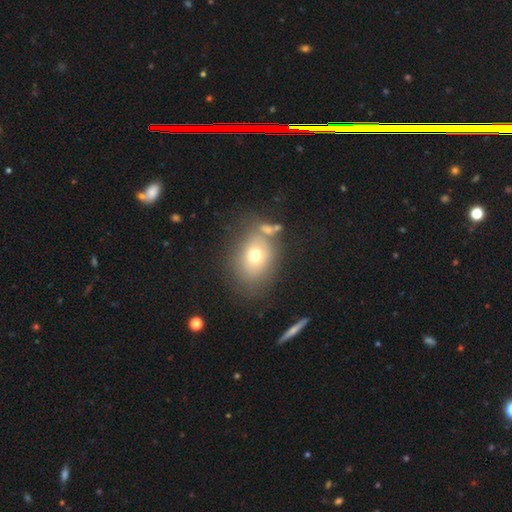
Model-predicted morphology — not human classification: The model was most divided on "how rounded": in between: 54%, round: 45%, cigar-shaped: 1%. More confident: smooth or featured — smooth (69%); merging — none (62%).